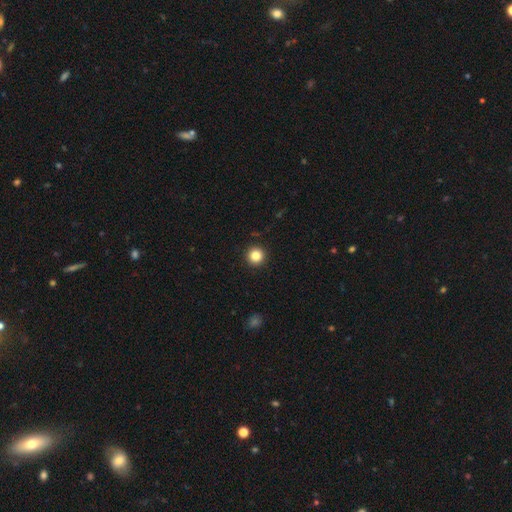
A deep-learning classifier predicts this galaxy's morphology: Smooth or featured? smooth (84%)
How rounded? round (96%)
Merging? none (93%)